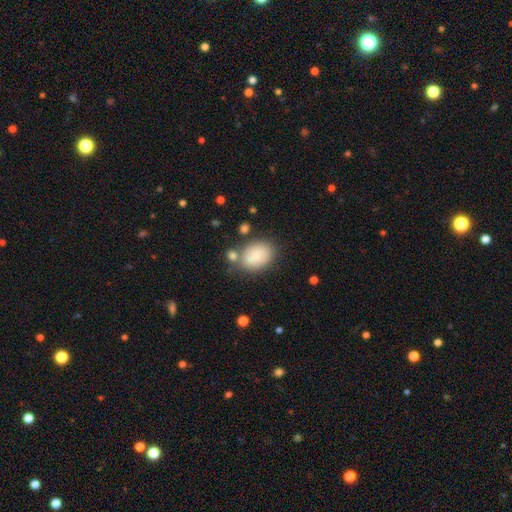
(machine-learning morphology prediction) This is clearly a smooth galaxy (81%). How rounded: likely in between (69%). Merging: likely none (66%).